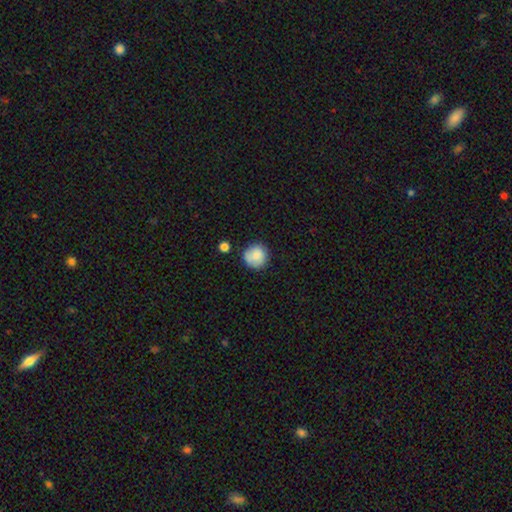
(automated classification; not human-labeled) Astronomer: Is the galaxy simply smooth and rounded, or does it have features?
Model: smooth — 83%.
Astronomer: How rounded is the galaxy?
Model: round — 92%.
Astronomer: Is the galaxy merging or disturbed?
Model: none — 76%.